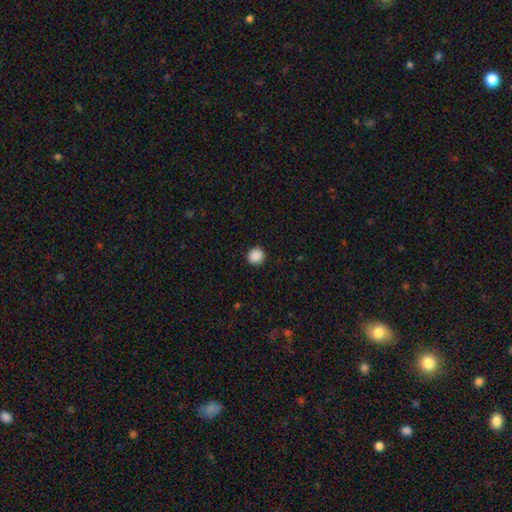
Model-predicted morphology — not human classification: Q: Smooth or featured?
A: smooth (89%); runner-up: star or artifact (9%)
Q: How rounded?
A: round (93%); runner-up: in between (6%)
Q: Merging?
A: none (92%); runner-up: minor disturbance (5%)